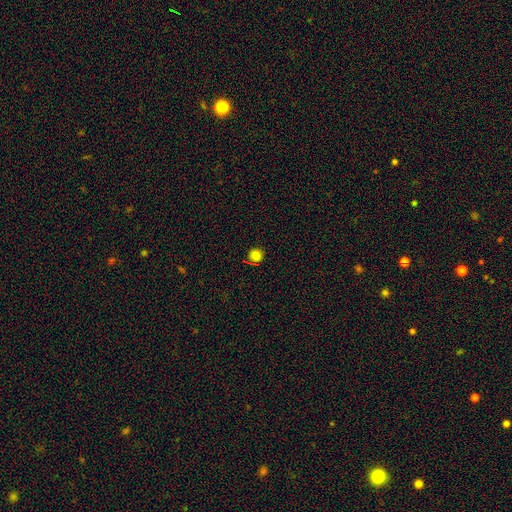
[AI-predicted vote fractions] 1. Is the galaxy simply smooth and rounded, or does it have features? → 77% smooth, 18% star or artifact, 5% featured or disk.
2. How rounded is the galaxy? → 93% round, 6% in between, 1% cigar-shaped.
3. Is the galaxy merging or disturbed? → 87% none, 9% minor disturbance, 3% major disturbance, 2% merger.